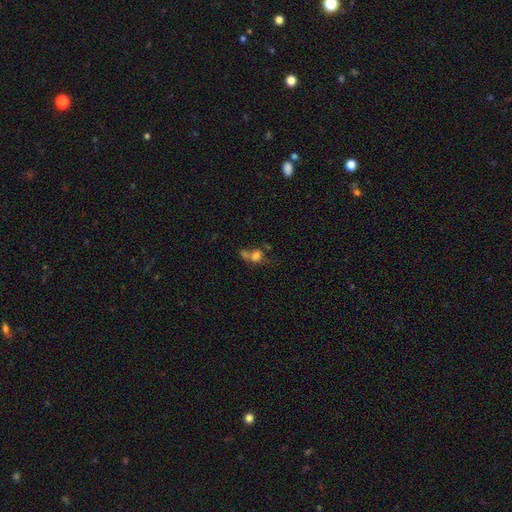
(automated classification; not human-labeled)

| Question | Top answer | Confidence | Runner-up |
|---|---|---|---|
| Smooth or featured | smooth | 67% | featured or disk (18%) |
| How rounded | round | 58% | in between (39%) |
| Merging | merger | 48% | none (29%) |